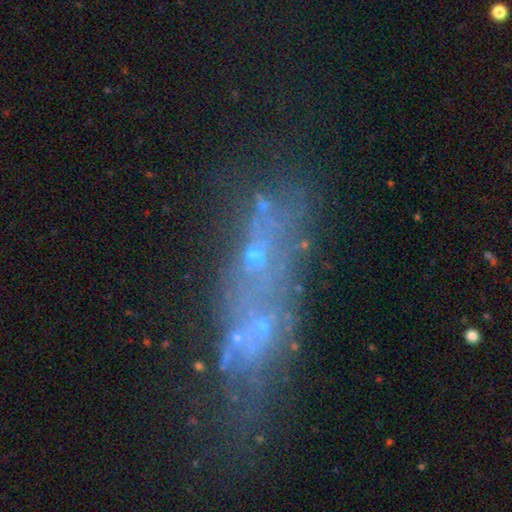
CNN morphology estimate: A featured or disk galaxy (40%).

Vote fractions:
- Smooth or featured? featured or disk: 40% / smooth: 30% / star or artifact: 30%
- Merging? none: 37% / merger: 23% / major disturbance: 21% / minor disturbance: 19%